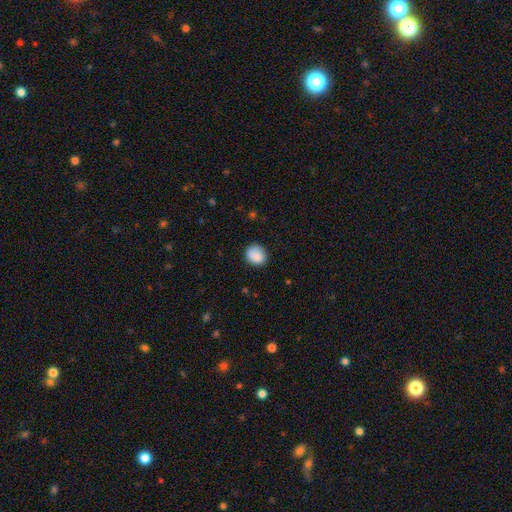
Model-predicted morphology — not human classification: Smooth or featured: smooth — 88% (star or artifact — 8%)
How rounded: round — 75% (in between — 24%)
Merging: none — 83% (minor disturbance — 13%)